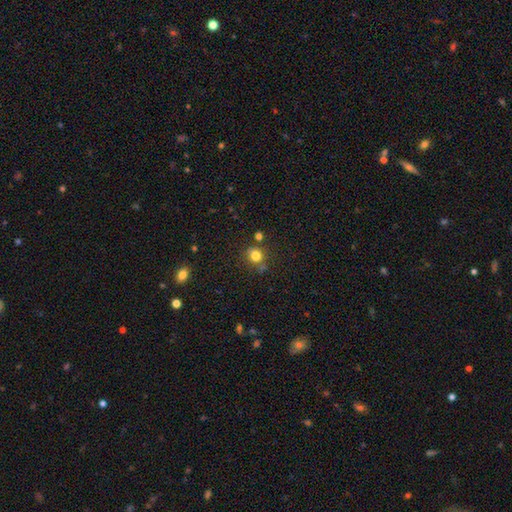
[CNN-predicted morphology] A smooth galaxy with no disk features (79%) that is round (84%).

Vote fractions:
- Smooth or featured? smooth: 79% / star or artifact: 14% / featured or disk: 7%
- How rounded? round: 84% / in between: 16% / cigar-shaped: 1%
- Merging? none: 74% / minor disturbance: 13% / merger: 9% / major disturbance: 4%